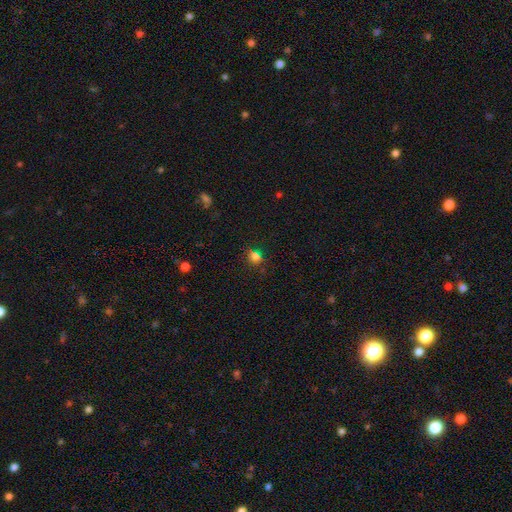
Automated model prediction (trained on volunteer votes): Smooth or featured: smooth — 72% (star or artifact — 23%)
How rounded: round — 73% (in between — 25%)
Merging: none — 78% (minor disturbance — 12%)